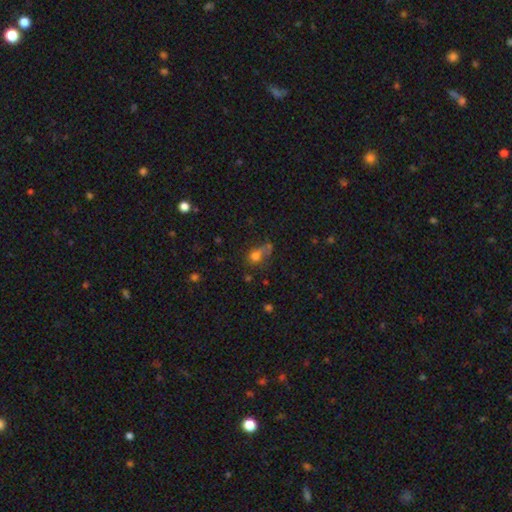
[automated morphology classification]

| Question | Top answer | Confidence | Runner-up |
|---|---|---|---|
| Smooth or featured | smooth | 71% | star or artifact (16%) |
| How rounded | round | 60% | in between (37%) |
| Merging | none | 34% | merger (24%) |